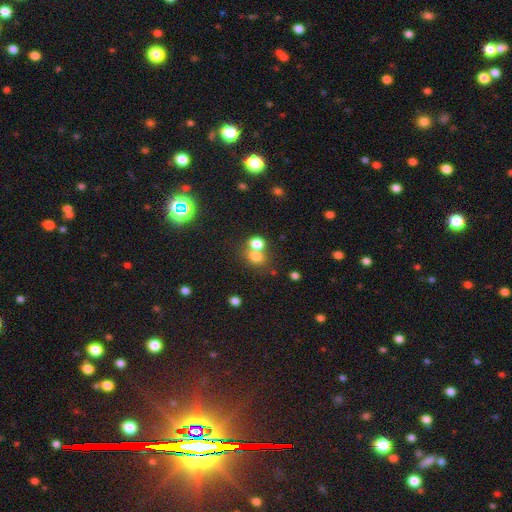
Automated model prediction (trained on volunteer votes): Overall: smooth (72%). How rounded: round (51%; in between 47%). Merging: merger (46%; none 41%).